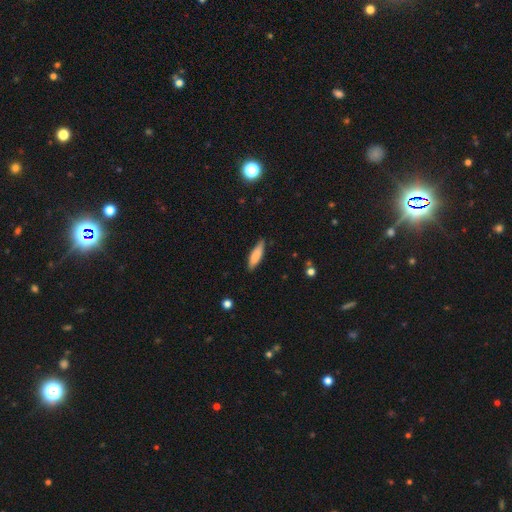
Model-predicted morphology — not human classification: smooth 81%, featured or disk 13%, star or artifact 6%. Down the decision tree: how rounded — cigar-shaped (66%); merging — none (83%).